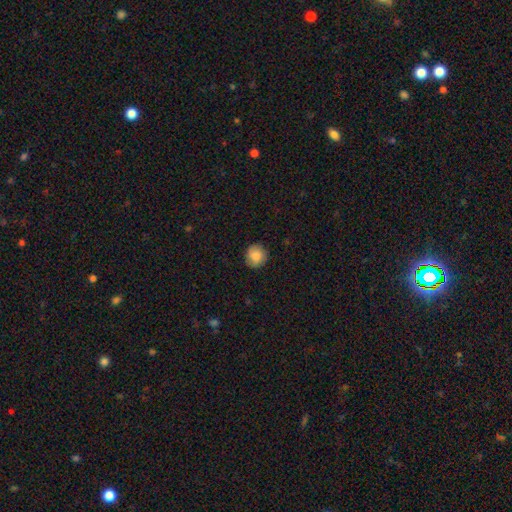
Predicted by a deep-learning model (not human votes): A smooth galaxy with no disk features (84%) that is round (89%). Merging: none (86%).